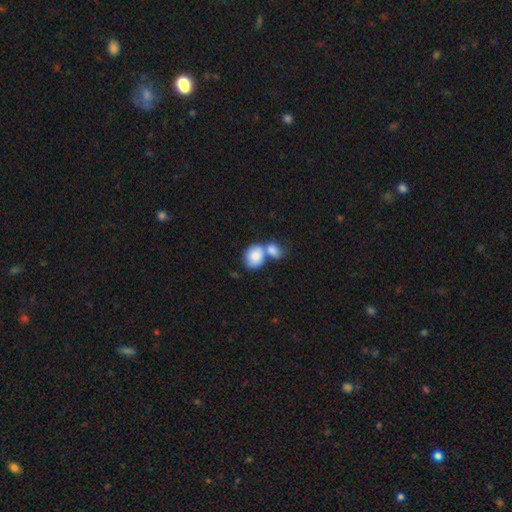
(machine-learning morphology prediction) A smooth galaxy with no disk features (82%) that is in between round and cigar-shaped (60%).

Vote fractions:
- Smooth or featured? smooth: 82% / featured or disk: 11% / star or artifact: 6%
- How rounded? in between: 60% / round: 39% / cigar-shaped: 1%
- Merging? merger: 65% / none: 22% / minor disturbance: 9% / major disturbance: 4%